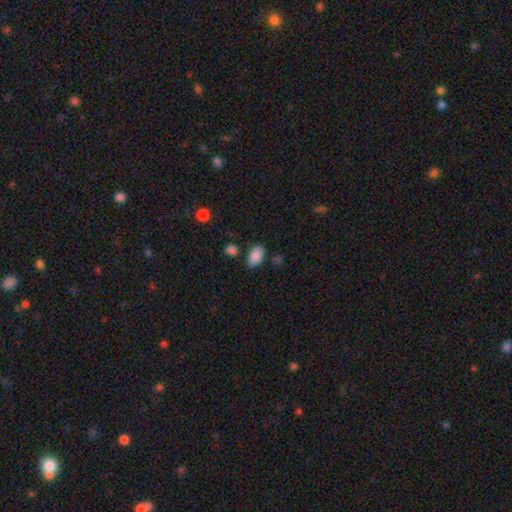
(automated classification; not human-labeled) smooth_or_featured: smooth (p=0.88) [alt: star or artifact p=0.08]
how_rounded: in between (p=0.93) [alt: round p=0.06]
merging: none (p=0.78) [alt: minor disturbance p=0.14]